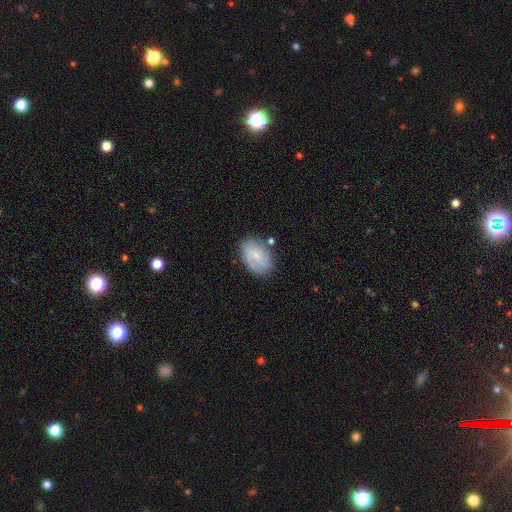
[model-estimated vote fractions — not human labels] smooth 47%, featured or disk 45%, star or artifact 8%. Down the decision tree: merging — none (70%).